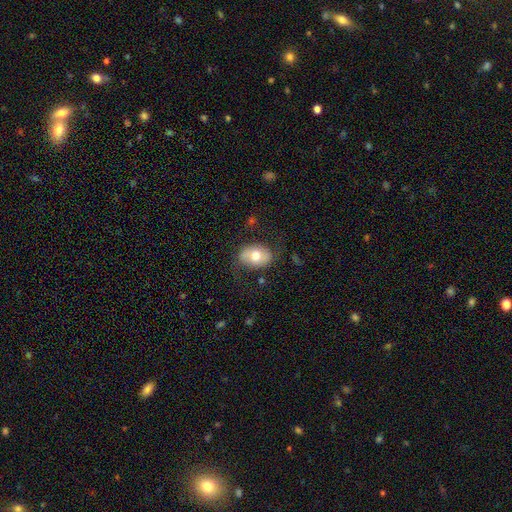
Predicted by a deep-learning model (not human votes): Smooth or featured?
  - smooth: 61% *
  - featured or disk: 32%
  - star or artifact: 7%
How rounded?
  - in between: 75% *
  - round: 24%
  - cigar-shaped: 1%
Merging?
  - none: 70% *
  - minor disturbance: 19%
  - major disturbance: 9%
  - merger: 2%